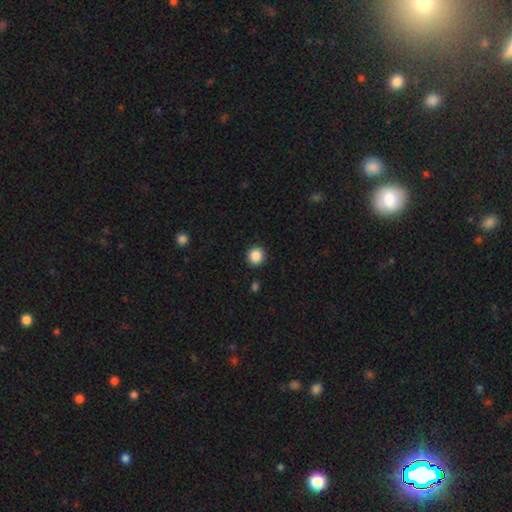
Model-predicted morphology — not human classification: Smooth or featured? Predicted: smooth (p=0.87). How rounded? Predicted: round (p=0.93). Merging? Predicted: none (p=0.92).